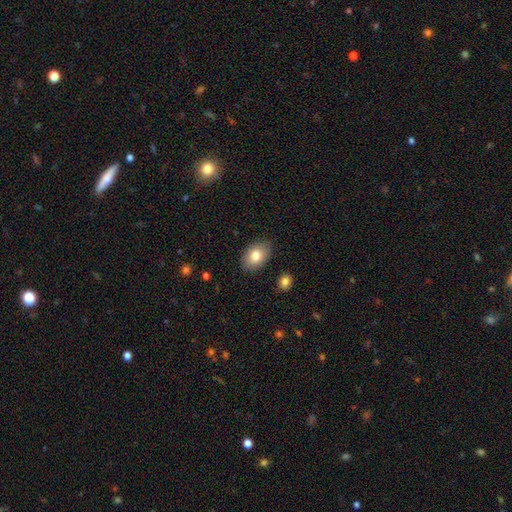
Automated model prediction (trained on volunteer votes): Smooth or featured: smooth — 80% (featured or disk — 13%)
How rounded: in between — 87% (round — 12%)
Merging: none — 87% (minor disturbance — 10%)